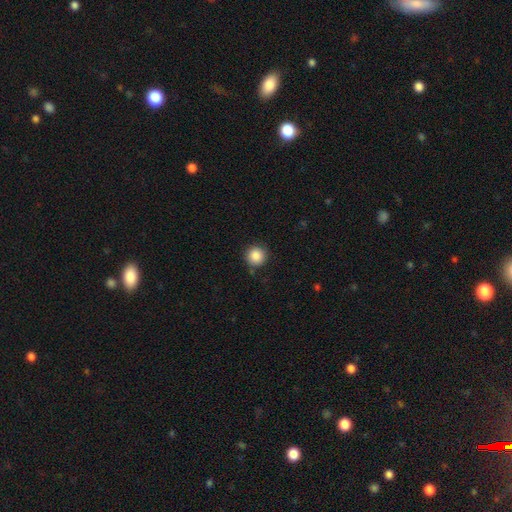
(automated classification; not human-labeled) Smooth or featured? Predicted: smooth (p=0.87). How rounded? Predicted: round (p=0.95). Merging? Predicted: none (p=0.86).